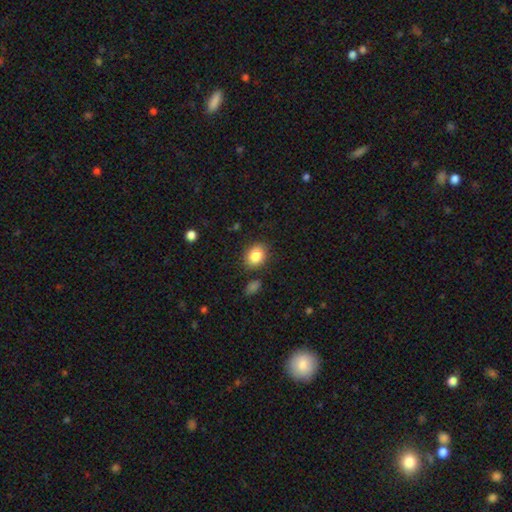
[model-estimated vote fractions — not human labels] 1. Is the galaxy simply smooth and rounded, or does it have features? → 86% smooth, 8% star or artifact, 6% featured or disk.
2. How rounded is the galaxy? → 56% in between, 43% round, 1% cigar-shaped.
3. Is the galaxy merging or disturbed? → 82% none, 11% minor disturbance, 3% merger, 3% major disturbance.